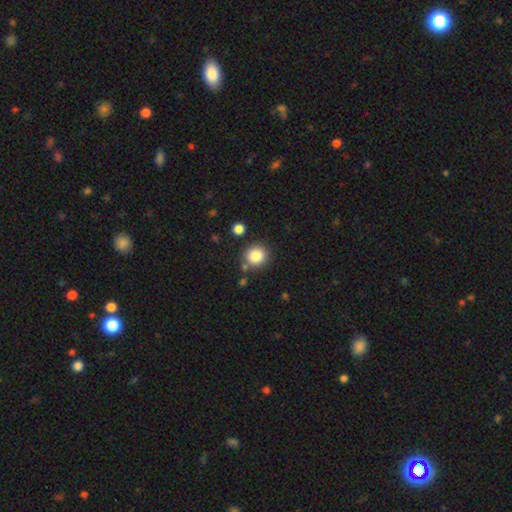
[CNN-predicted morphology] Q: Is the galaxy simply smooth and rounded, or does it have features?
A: smooth — 85%.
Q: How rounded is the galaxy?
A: round — 89%.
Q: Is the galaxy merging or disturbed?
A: none — 80%.